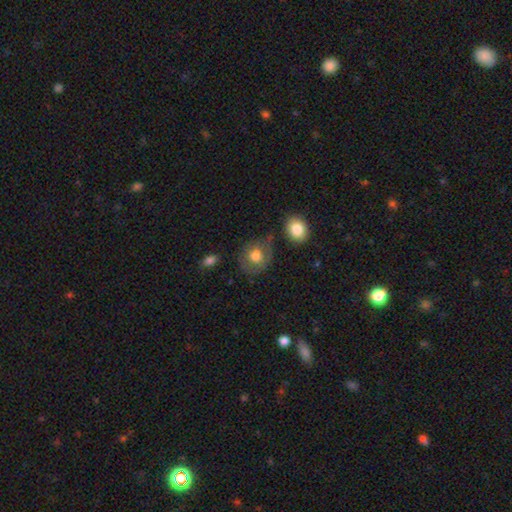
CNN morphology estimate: This appears to be a smooth galaxy with no disk features (65%) that is round (67%). Merging: none (49%).